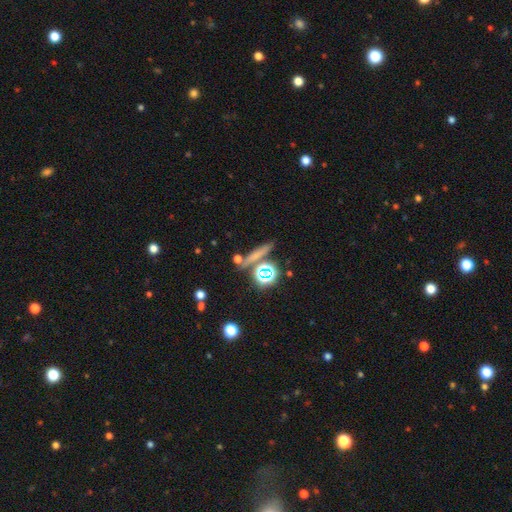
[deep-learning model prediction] This is possibly a smooth galaxy (52%). How rounded: likely cigar-shaped (65%). Merging: likely none (75%).